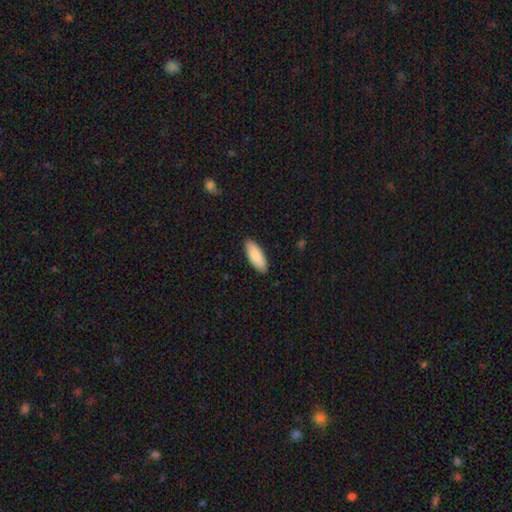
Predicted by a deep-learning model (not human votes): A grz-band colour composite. It shows a smooth galaxy with no disk features (90%) that is in between round and cigar-shaped (74%). Merging: none (89%).